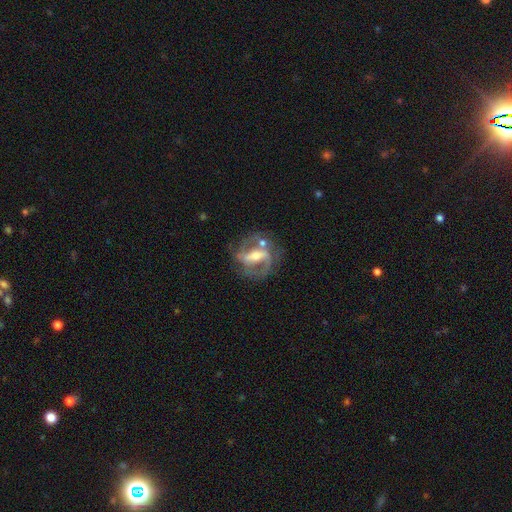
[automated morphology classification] Smooth or featured?
  - featured or disk: 86% *
  - smooth: 8%
  - star or artifact: 6%
Edge-on disk?
  - no: 93% *
  - yes: 7%
Bar?
  - strong: 64% *
  - weak: 26%
  - no: 10%
Spiral arms?
  - yes: 90% *
  - no: 10%
Spiral winding?
  - medium: 50% *
  - tight: 29%
  - loose: 21%
Spiral arm count?
  - 2: 81% *
  - can't tell: 7%
  - 3: 6%
  - 1: 3%
  - 4: 1%
  - more than 4: 1%
Bulge size?
  - moderate: 54% *
  - small: 36%
  - large: 6%
  - none: 2%
  - dominant: 1%
Merging?
  - none: 66% *
  - minor disturbance: 16%
  - major disturbance: 10%
  - merger: 7%